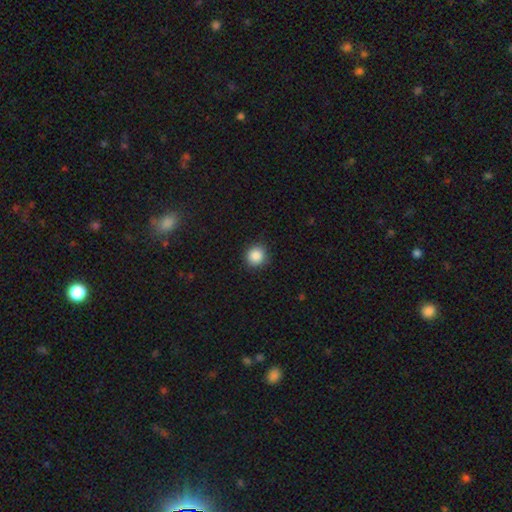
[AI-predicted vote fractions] smooth-or-featured: smooth: 88% | star or artifact: 9% | featured or disk: 3%
  how-rounded: round: 92% | in between: 7% | cigar-shaped: 1%
  merging: none: 90% | minor disturbance: 7% | major disturbance: 2% | merger: 1%